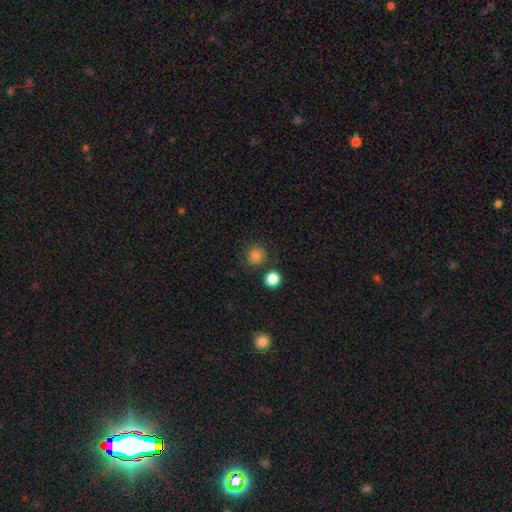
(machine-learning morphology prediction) A smooth galaxy with no disk features (83%) that is round (90%). Merging: none (81%).